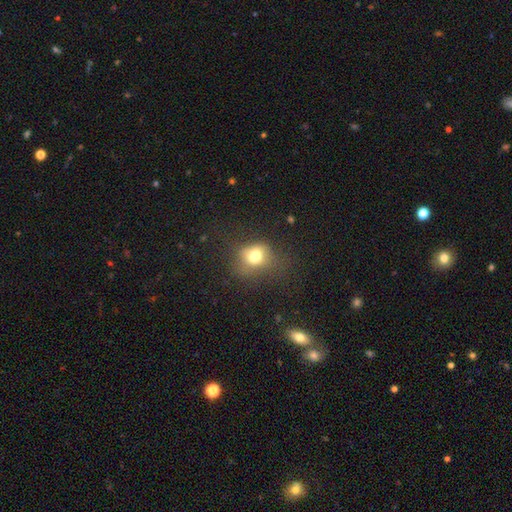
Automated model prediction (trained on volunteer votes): Morphology: type=smooth (68%); roundness=in between (50%); merging=none (42%).